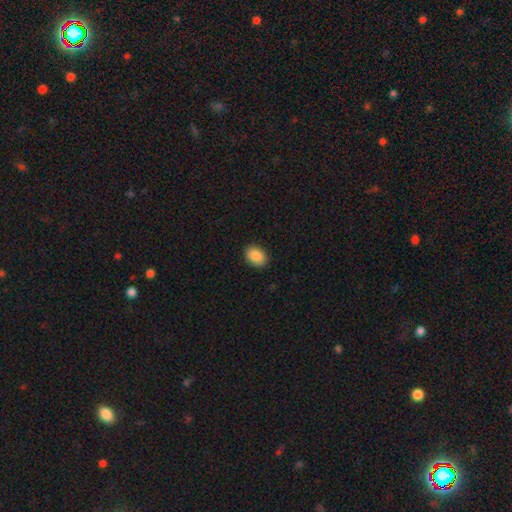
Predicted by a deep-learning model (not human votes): smooth-or-featured: smooth: 88% | star or artifact: 7% | featured or disk: 4%
  how-rounded: in between: 75% | round: 24% | cigar-shaped: 1%
  merging: none: 89% | minor disturbance: 8% | major disturbance: 2% | merger: 1%